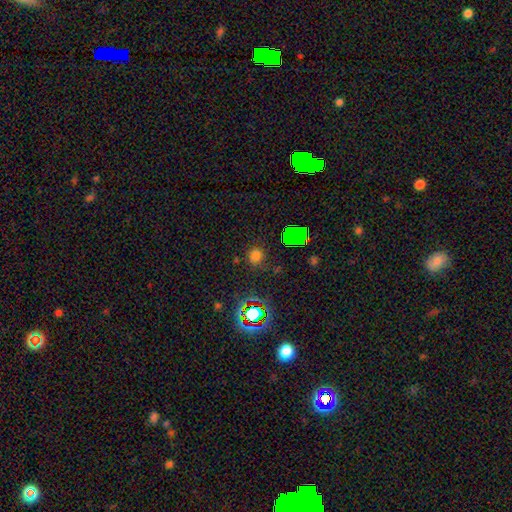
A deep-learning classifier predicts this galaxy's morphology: smooth 69%, star or artifact 25%, featured or disk 6%. Down the decision tree: how rounded — round (88%); merging — none (83%).